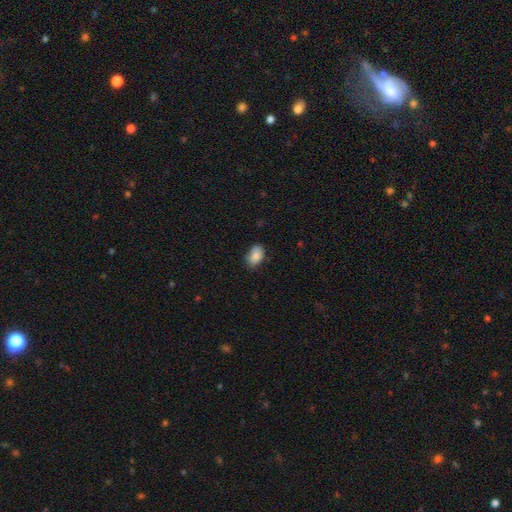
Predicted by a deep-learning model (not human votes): smooth-or-featured: smooth: 86% | star or artifact: 8% | featured or disk: 6%
  how-rounded: in between: 83% | round: 15% | cigar-shaped: 1%
  merging: none: 67% | minor disturbance: 26% | major disturbance: 4% | merger: 2%